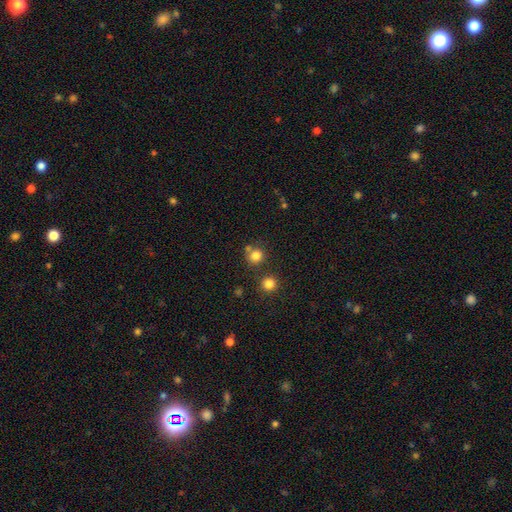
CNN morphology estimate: smooth_or_featured: smooth (p=0.79) [alt: star or artifact p=0.15]
how_rounded: round (p=0.89) [alt: in between p=0.10]
merging: none (p=0.70) [alt: merger p=0.18]